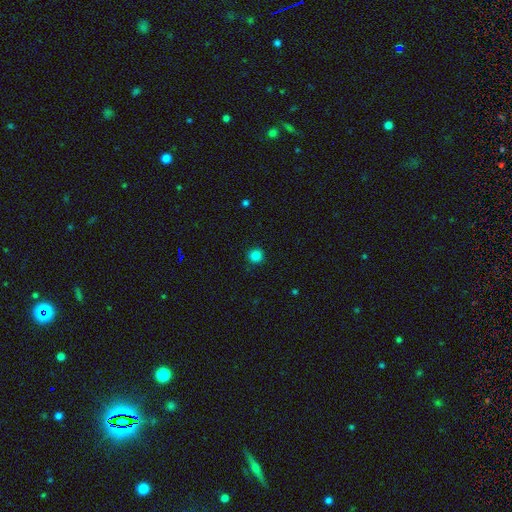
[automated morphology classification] This is clearly a smooth galaxy (85%). How rounded: clearly round (95%). Merging: clearly none (91%).